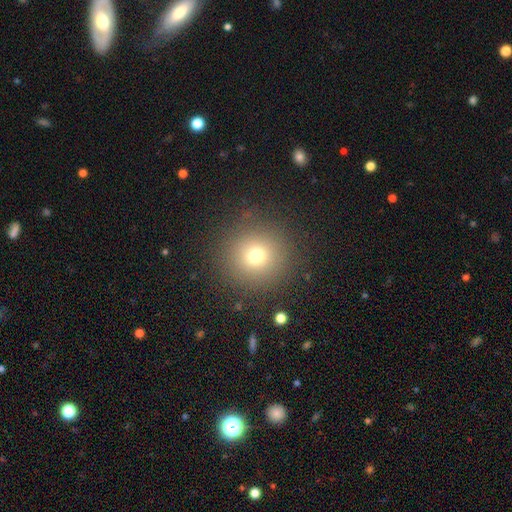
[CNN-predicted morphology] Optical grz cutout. It shows a smooth galaxy with no disk features (73%) that is round (93%). Merging: none (88%).